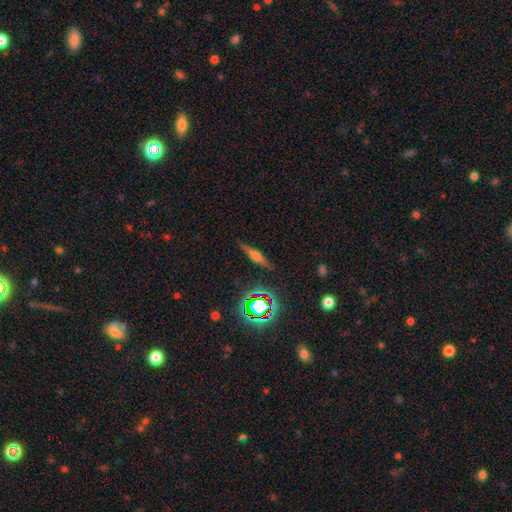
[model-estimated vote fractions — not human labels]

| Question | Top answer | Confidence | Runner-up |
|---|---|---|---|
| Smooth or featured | featured or disk | 63% | smooth (23%) |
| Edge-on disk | yes | 96% | no (4%) |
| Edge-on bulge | rounded | 84% | boxy (12%) |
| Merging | none | 87% | minor disturbance (9%) |